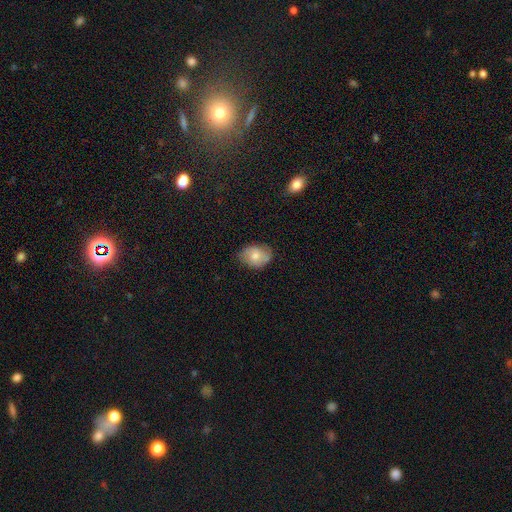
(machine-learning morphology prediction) Smooth or featured?
  - smooth: 70% *
  - featured or disk: 23%
  - star or artifact: 7%
How rounded?
  - in between: 69% *
  - round: 30%
  - cigar-shaped: 1%
Merging?
  - none: 68% *
  - minor disturbance: 26%
  - major disturbance: 5%
  - merger: 1%